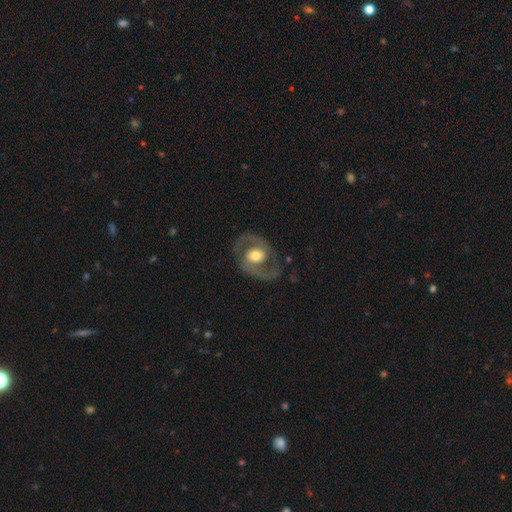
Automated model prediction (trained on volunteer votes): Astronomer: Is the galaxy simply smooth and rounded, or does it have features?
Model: featured or disk — 83%.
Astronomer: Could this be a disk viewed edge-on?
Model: no — 97%.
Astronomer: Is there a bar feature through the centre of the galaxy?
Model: no — 48% (runner-up: weak, 36%).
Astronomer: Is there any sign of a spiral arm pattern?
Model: yes — 86%.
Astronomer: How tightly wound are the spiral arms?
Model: medium — 58%.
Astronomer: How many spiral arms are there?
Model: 2 — 91%.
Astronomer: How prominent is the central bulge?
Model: moderate — 66%.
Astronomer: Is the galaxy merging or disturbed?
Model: none — 78%.